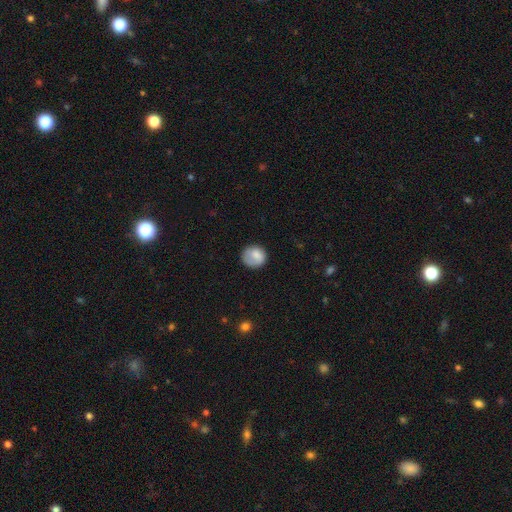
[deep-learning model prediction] Smooth or featured: smooth — 79% (featured or disk — 14%)
How rounded: round — 82% (in between — 17%)
Merging: none — 67% (minor disturbance — 21%)